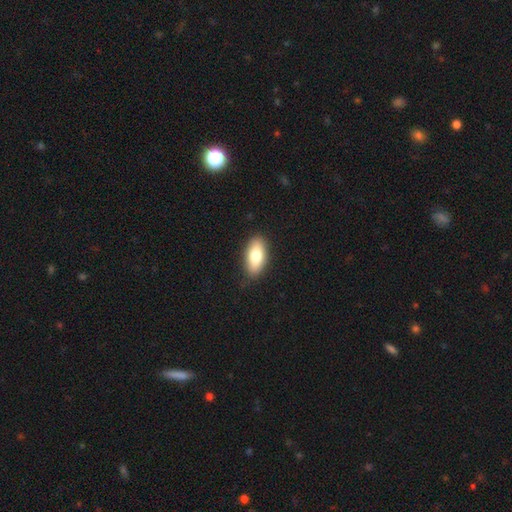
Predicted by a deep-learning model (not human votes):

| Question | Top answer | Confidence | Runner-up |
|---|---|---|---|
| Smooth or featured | smooth | 77% | featured or disk (16%) |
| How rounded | in between | 87% | cigar-shaped (9%) |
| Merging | none | 87% | minor disturbance (10%) |